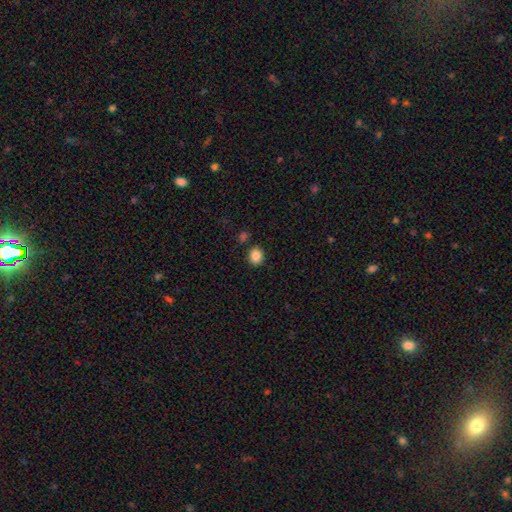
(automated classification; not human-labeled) smooth_or_featured: smooth (p=0.86) [alt: star or artifact p=0.10]
how_rounded: round (p=0.70) [alt: in between p=0.29]
merging: none (p=0.86) [alt: minor disturbance p=0.08]